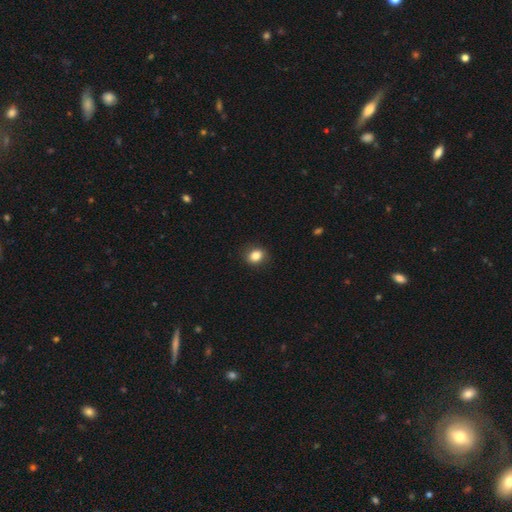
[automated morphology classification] The model was most divided on "how rounded": round: 50%, in between: 49%, cigar-shaped: 1%. More confident: merging — none (87%); smooth or featured — smooth (85%).